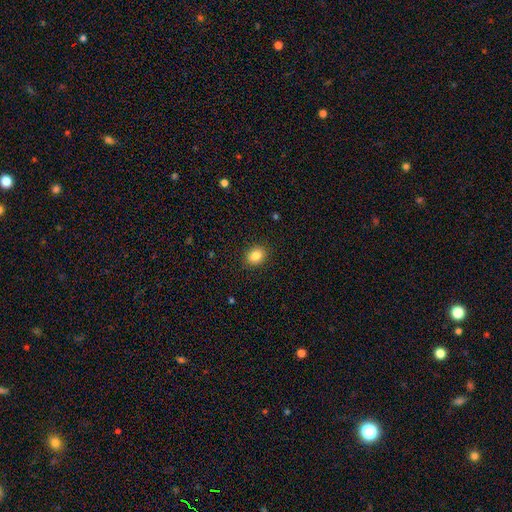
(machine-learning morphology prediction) This is clearly a smooth galaxy (85%). How rounded: possibly in between (52%). Merging: clearly none (90%).